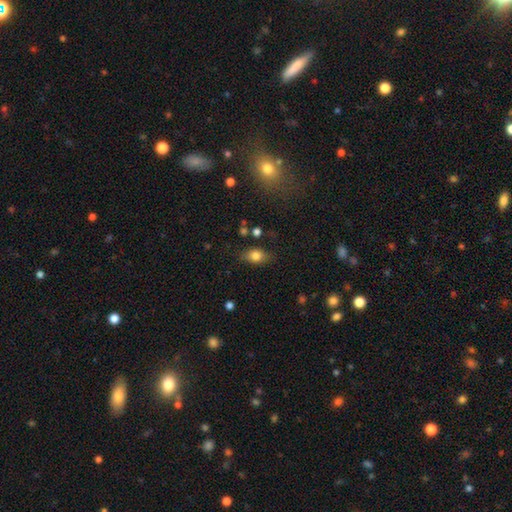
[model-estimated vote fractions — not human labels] Q: Smooth or featured?
A: smooth (79%); runner-up: featured or disk (12%)
Q: How rounded?
A: in between (78%); runner-up: round (19%)
Q: Merging?
A: none (76%); runner-up: minor disturbance (18%)